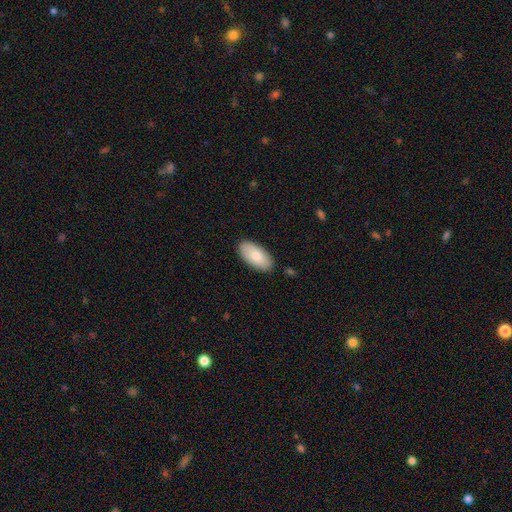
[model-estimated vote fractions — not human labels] This is clearly a smooth galaxy (82%). How rounded: clearly in between (95%). Merging: clearly none (87%).